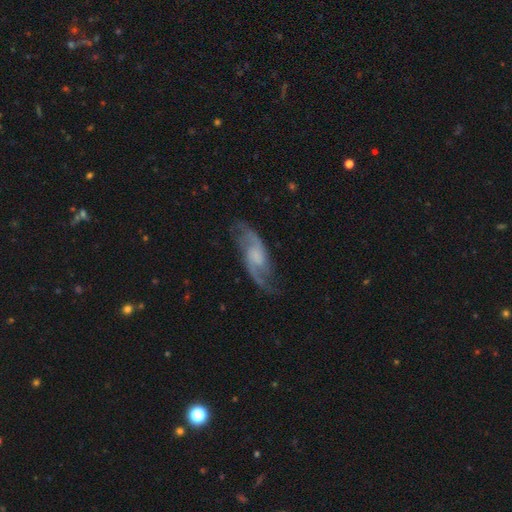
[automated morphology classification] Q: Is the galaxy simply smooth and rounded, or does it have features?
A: featured or disk — 84%.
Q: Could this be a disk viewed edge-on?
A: no — 94%.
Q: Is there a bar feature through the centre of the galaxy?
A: no — 50%.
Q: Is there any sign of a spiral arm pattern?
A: yes — 96%.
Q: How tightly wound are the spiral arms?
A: loose — 46%.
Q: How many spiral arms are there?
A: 2 — 87%.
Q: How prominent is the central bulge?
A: none — 38%.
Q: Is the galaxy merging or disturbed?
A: none — 72%.